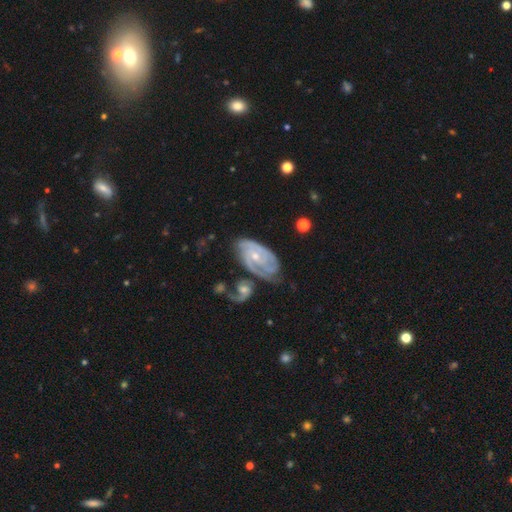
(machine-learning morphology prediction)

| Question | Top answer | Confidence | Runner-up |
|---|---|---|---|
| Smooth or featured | featured or disk | 86% | smooth (8%) |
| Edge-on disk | no | 96% | yes (4%) |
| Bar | no | 59% | weak (32%) |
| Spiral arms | yes | 96% | no (4%) |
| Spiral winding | tight | 63% | medium (30%) |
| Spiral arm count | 2 | 35% | 3 (30%) |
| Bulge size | small | 60% | moderate (36%) |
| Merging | none | 45% | minor disturbance (23%) |